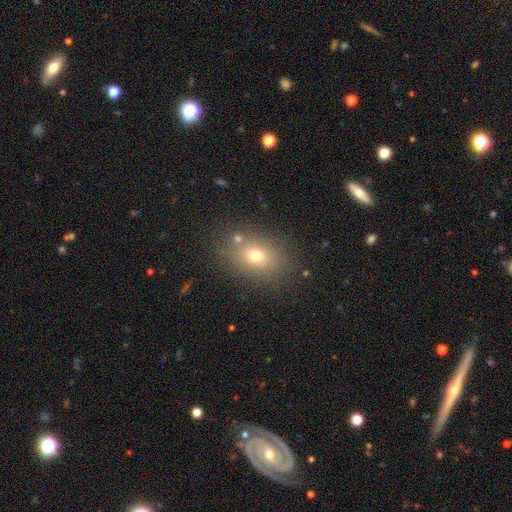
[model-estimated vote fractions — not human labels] Morphology: type=smooth (70%); roundness=in between (72%); merging=none (79%).